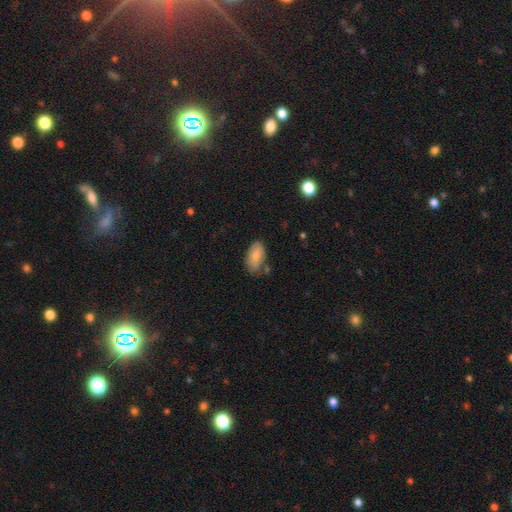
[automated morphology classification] Smooth or featured? Predicted: smooth (p=0.79). How rounded? Predicted: in between (p=0.93). Merging? Predicted: none (p=0.67).